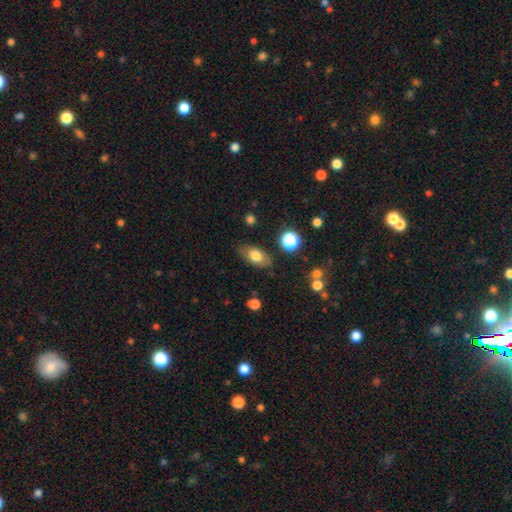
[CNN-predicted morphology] Q: Smooth or featured?
A: smooth (74%); runner-up: featured or disk (18%)
Q: How rounded?
A: in between (88%); runner-up: round (7%)
Q: Merging?
A: none (80%); runner-up: minor disturbance (14%)